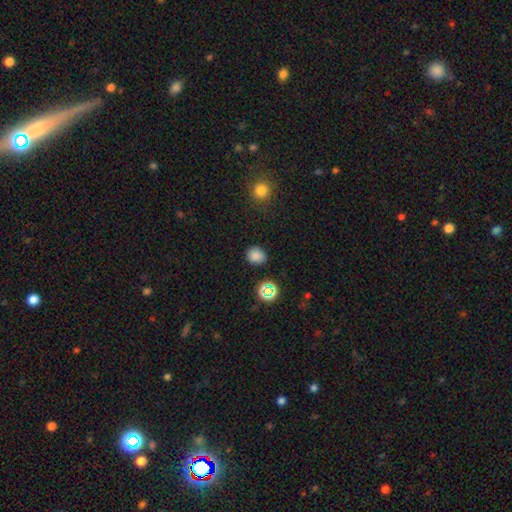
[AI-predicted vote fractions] Smooth or featured? smooth (79%)
How rounded? round (74%)
Merging? none (84%)